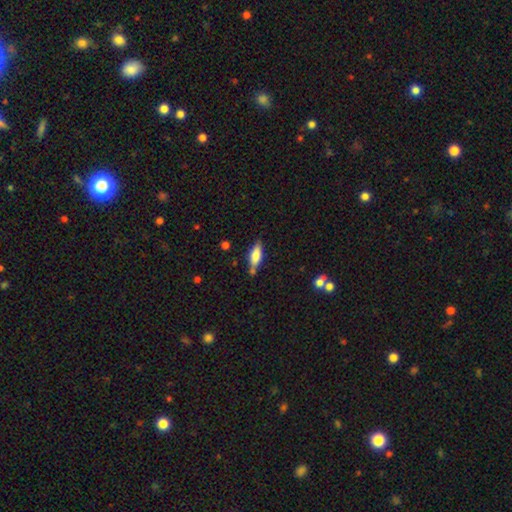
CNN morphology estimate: Q: Smooth or featured?
A: smooth (67%); runner-up: featured or disk (26%)
Q: How rounded?
A: in between (60%); runner-up: cigar-shaped (38%)
Q: Merging?
A: none (70%); runner-up: minor disturbance (18%)